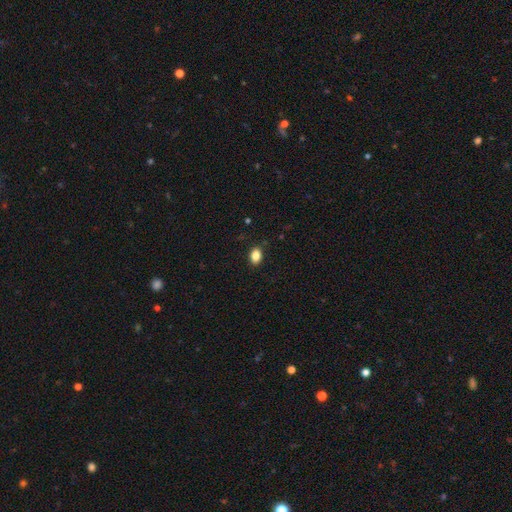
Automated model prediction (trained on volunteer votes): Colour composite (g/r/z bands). It shows a smooth galaxy with no disk features (85%) that is in between round and cigar-shaped (81%). Merging: none (87%).